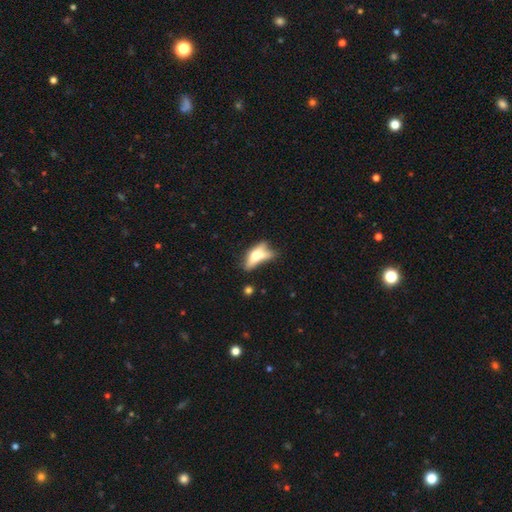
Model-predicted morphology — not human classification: Smooth or featured? Predicted: smooth (p=0.51). How rounded? Predicted: in between (p=0.68). Merging? Predicted: none (p=0.29).